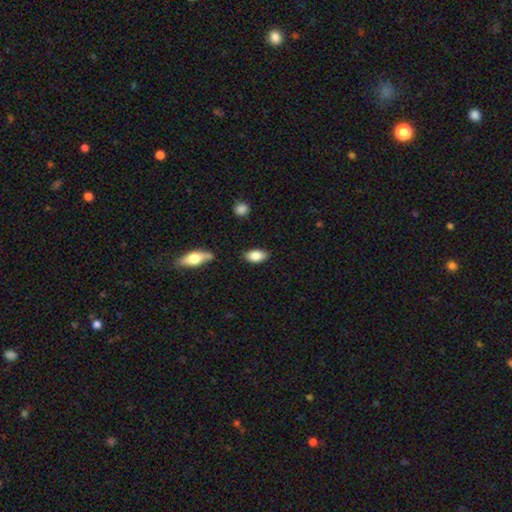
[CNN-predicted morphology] smooth 84%, featured or disk 9%, star or artifact 7%. Down the decision tree: how rounded — in between (91%); merging — none (81%).